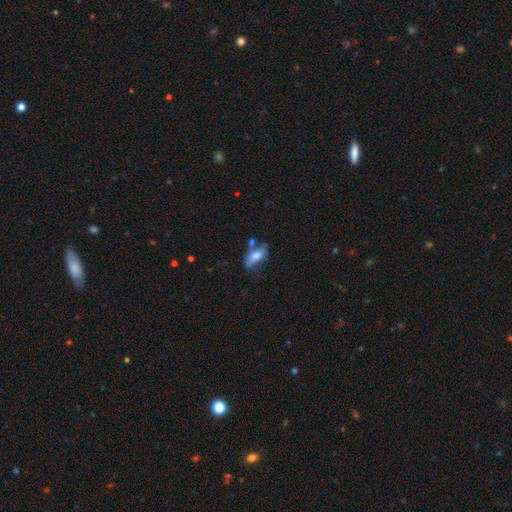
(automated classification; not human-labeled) This is possibly a smooth galaxy (57%). How rounded: likely in between (78%). Merging: possibly none (50%).